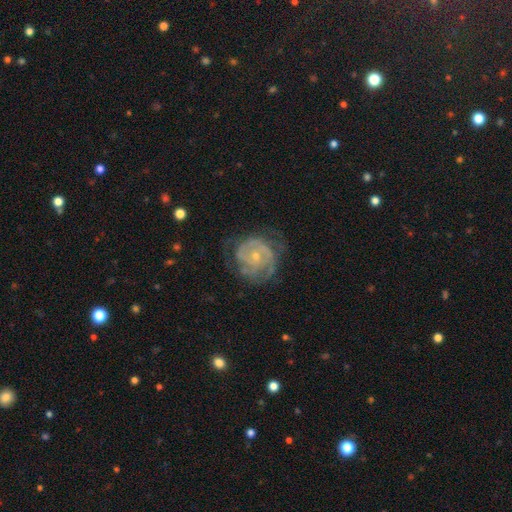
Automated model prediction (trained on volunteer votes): Smooth or featured: featured or disk — 81% (smooth — 13%)
Edge-on disk: no — 98% (yes — 2%)
Bar: no — 74% (weak — 21%)
Spiral arms: yes — 90% (no — 10%)
Spiral winding: tight — 64% (medium — 28%)
Spiral arm count: 2 — 35% (can't tell — 32%)
Bulge size: small — 68% (moderate — 28%)
Merging: none — 62% (minor disturbance — 22%)